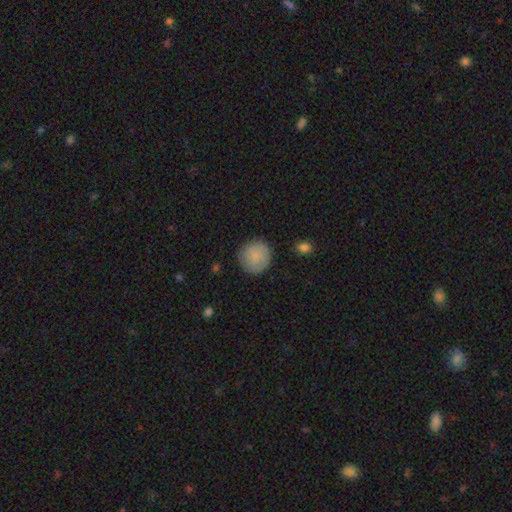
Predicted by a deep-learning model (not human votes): smooth 86%, star or artifact 8%, featured or disk 7%. Down the decision tree: how rounded — round (93%); merging — none (85%).